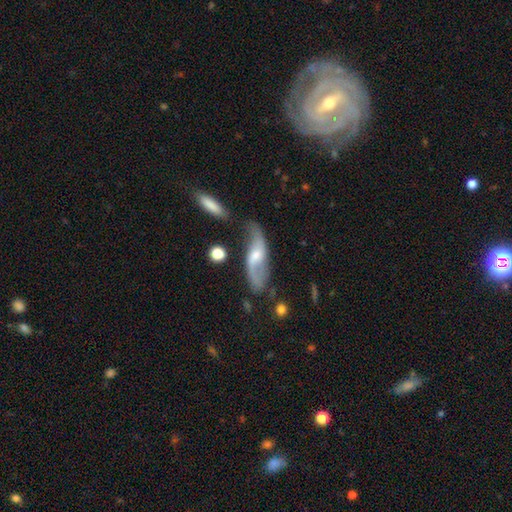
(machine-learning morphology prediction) Q: Smooth or featured?
A: featured or disk (73%); runner-up: smooth (22%)
Q: Edge-on disk?
A: no (86%); runner-up: yes (14%)
Q: Bar?
A: weak (44%); runner-up: no (38%)
Q: Spiral arms?
A: yes (88%); runner-up: no (12%)
Q: Spiral winding?
A: loose (80%); runner-up: medium (15%)
Q: Spiral arm count?
A: 2 (87%); runner-up: can't tell (5%)
Q: Bulge size?
A: moderate (54%); runner-up: small (33%)
Q: Merging?
A: none (55%); runner-up: minor disturbance (24%)